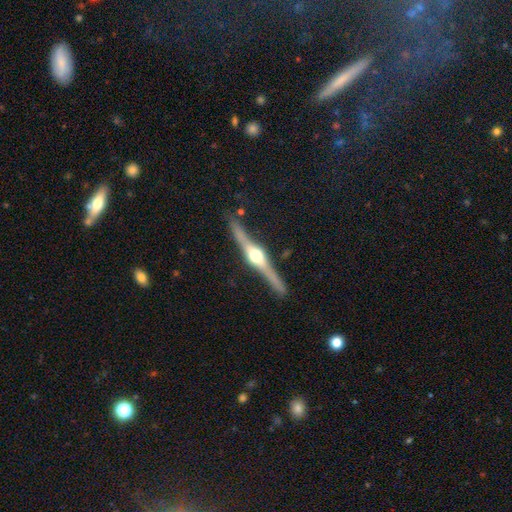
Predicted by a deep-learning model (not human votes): The model was most divided on "smooth or featured": featured or disk: 86%, smooth: 9%, star or artifact: 5%. More confident: edge-on disk — yes (98%); edge-on bulge — rounded (94%); merging — none (89%).